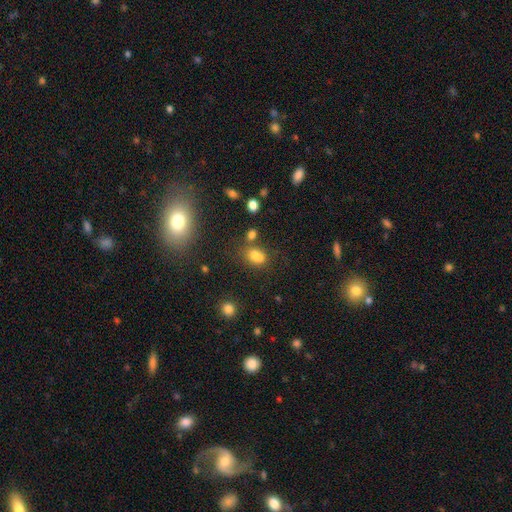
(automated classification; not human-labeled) The model was most divided on "merging": none: 43%, merger: 37%, minor disturbance: 14%, major disturbance: 6%. More confident: smooth or featured — smooth (72%); how rounded — in between (60%).